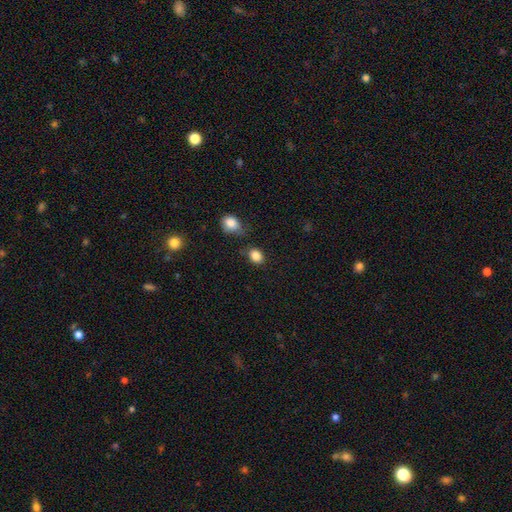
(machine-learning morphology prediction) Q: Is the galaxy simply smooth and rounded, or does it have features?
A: smooth — 85%.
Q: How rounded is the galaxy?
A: in between — 55%.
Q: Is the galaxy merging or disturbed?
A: none — 71%.